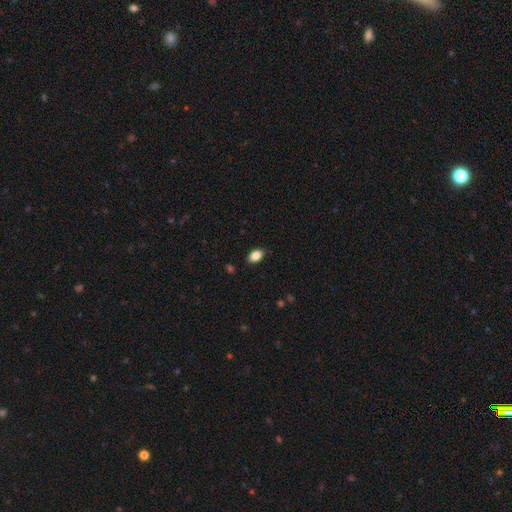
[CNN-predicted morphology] Q: Smooth or featured?
A: smooth (85%); runner-up: star or artifact (9%)
Q: How rounded?
A: in between (86%); runner-up: round (13%)
Q: Merging?
A: none (85%); runner-up: minor disturbance (11%)